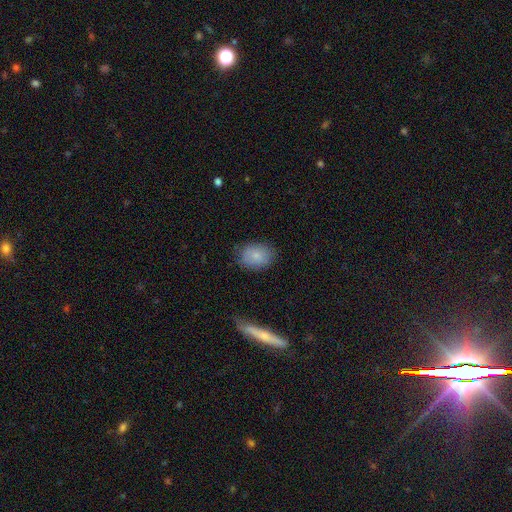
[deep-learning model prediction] This is clearly a smooth galaxy (81%). How rounded: likely in between (71%). Merging: likely none (79%).